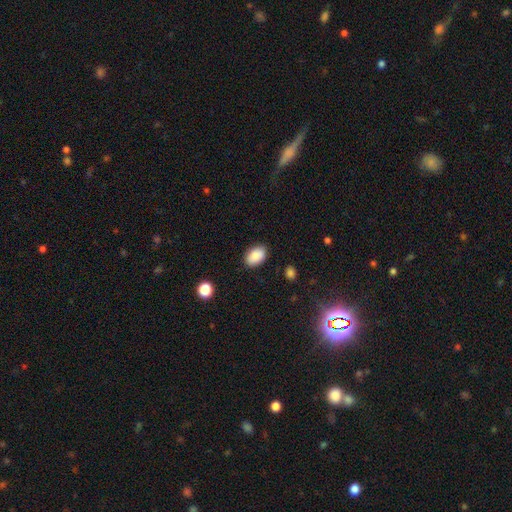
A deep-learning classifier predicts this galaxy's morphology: smooth_or_featured: smooth (p=0.87) [alt: star or artifact p=0.07]
how_rounded: in between (p=0.89) [alt: round p=0.09]
merging: none (p=0.86) [alt: minor disturbance p=0.10]